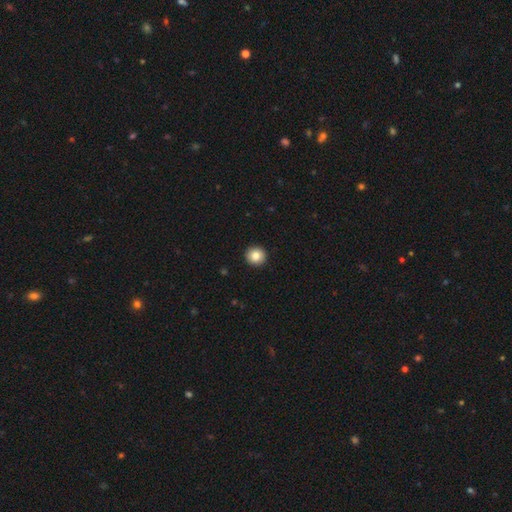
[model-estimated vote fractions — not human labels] Morphology: type=smooth (84%); roundness=round (93%); merging=none (93%).